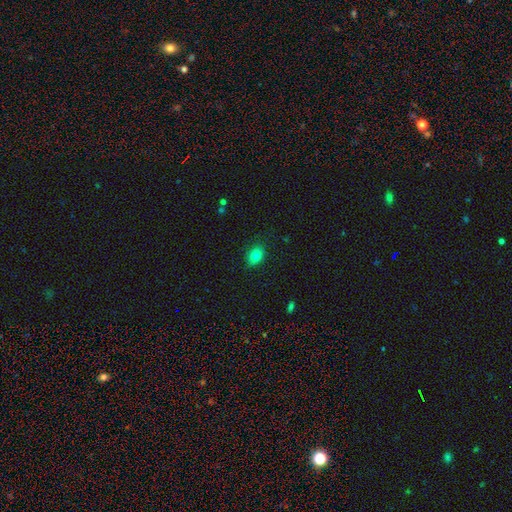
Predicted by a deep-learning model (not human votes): Q: Smooth or featured?
A: smooth (82%); runner-up: star or artifact (10%)
Q: How rounded?
A: in between (71%); runner-up: round (27%)
Q: Merging?
A: none (86%); runner-up: minor disturbance (11%)